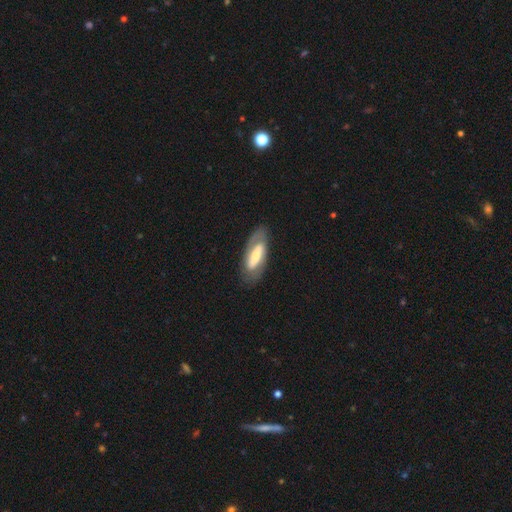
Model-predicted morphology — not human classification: A featured or disk galaxy (61%) with a strong bar (50%), spiral arms (58%) and a moderate central bulge (51%).

Vote fractions:
- Smooth or featured? featured or disk: 61% / smooth: 33% / star or artifact: 5%
- Edge-on disk? no: 84% / yes: 16%
- Bar? strong: 50% / weak: 27% / no: 23%
- Spiral arms? yes: 58% / no: 42%
- Bulge size? moderate: 51% / small: 30% / large: 14% / none: 2% / dominant: 2%
- Merging? none: 79% / minor disturbance: 14% / major disturbance: 6% / merger: 1%